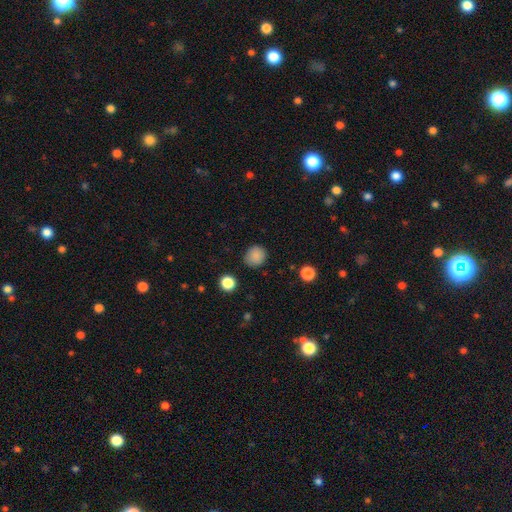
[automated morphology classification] smooth 86%, star or artifact 11%, featured or disk 3%. Down the decision tree: how rounded — round (84%); merging — none (85%).